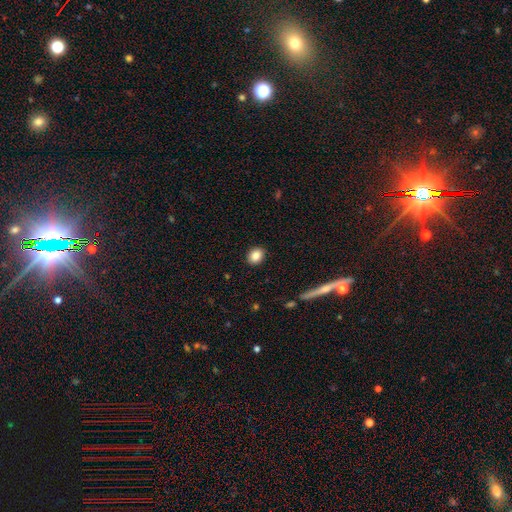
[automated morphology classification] smooth 86%, star or artifact 9%, featured or disk 6%. Down the decision tree: how rounded — round (52%); merging — none (90%).